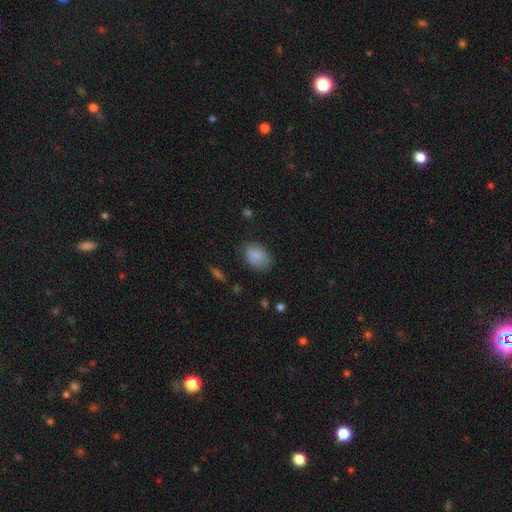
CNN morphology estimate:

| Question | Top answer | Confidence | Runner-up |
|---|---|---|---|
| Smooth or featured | smooth | 85% | star or artifact (8%) |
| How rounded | in between | 79% | round (20%) |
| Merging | none | 74% | minor disturbance (19%) |